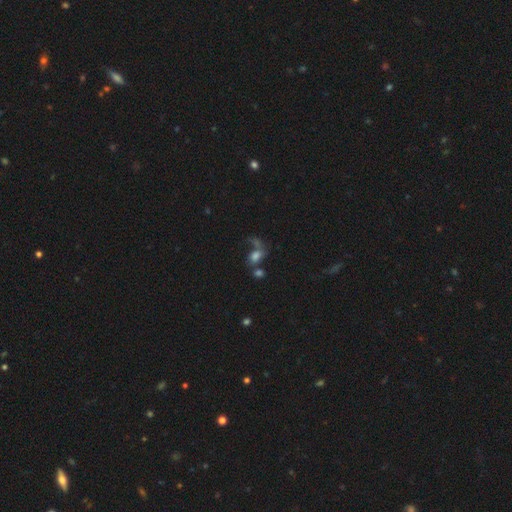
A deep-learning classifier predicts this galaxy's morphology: A smooth galaxy with no disk features (64%) that is in between round and cigar-shaped (74%).

Vote fractions:
- Smooth or featured? smooth: 64% / featured or disk: 18% / star or artifact: 18%
- How rounded? in between: 74% / round: 24% / cigar-shaped: 3%
- Merging? merger: 39% / none: 27% / major disturbance: 22% / minor disturbance: 12%